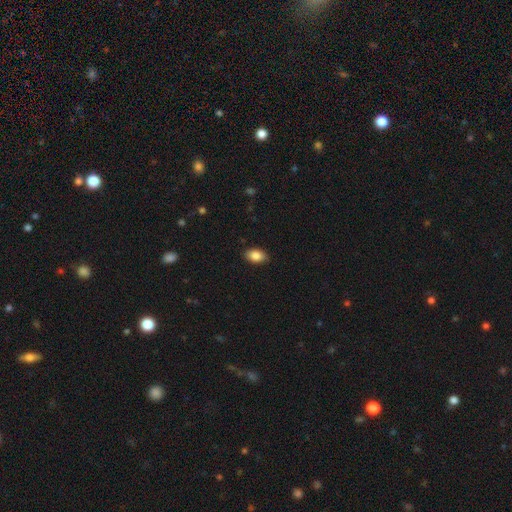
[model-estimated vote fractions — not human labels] Q: Smooth or featured?
A: smooth (87%); runner-up: star or artifact (7%)
Q: How rounded?
A: in between (89%); runner-up: round (10%)
Q: Merging?
A: none (89%); runner-up: minor disturbance (8%)